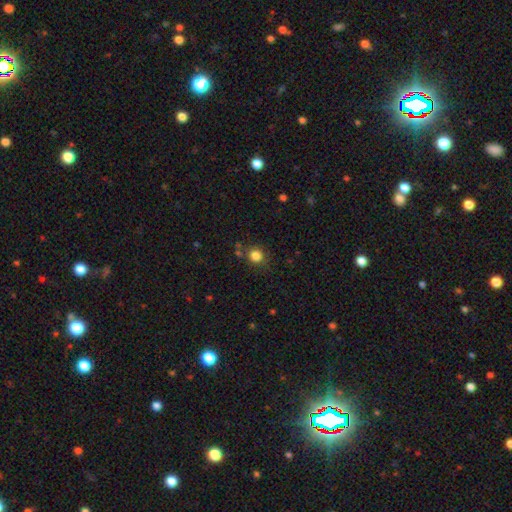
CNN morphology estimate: The model was most divided on "merging": none: 80%, minor disturbance: 11%, merger: 5%, major disturbance: 4%. More confident: how rounded — round (87%); smooth or featured — smooth (83%).